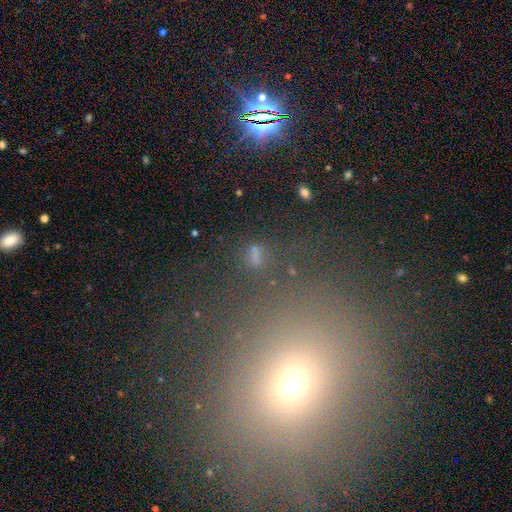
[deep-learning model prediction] Smooth or featured? smooth (45%)
Merging? none (65%)